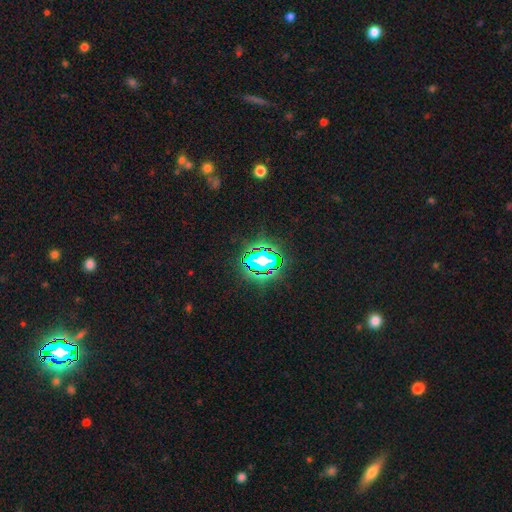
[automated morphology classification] Overall: star or artifact (68%).